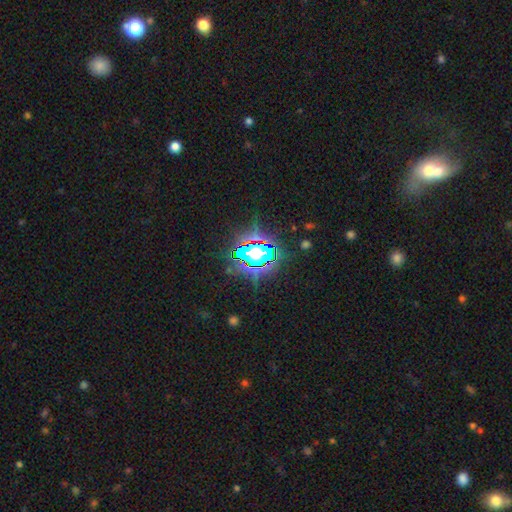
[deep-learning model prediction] A star or artifact, not a galaxy (68%).

Vote fractions:
- Smooth or featured? star or artifact: 68% / smooth: 18% / featured or disk: 13%